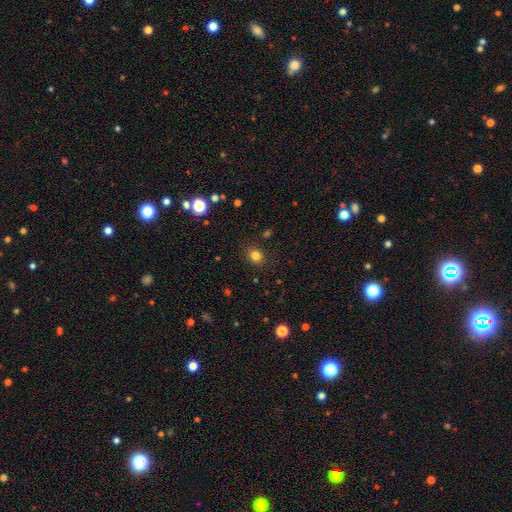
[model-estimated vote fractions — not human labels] Morphology: type=smooth (81%); roundness=round (61%); merging=none (87%).